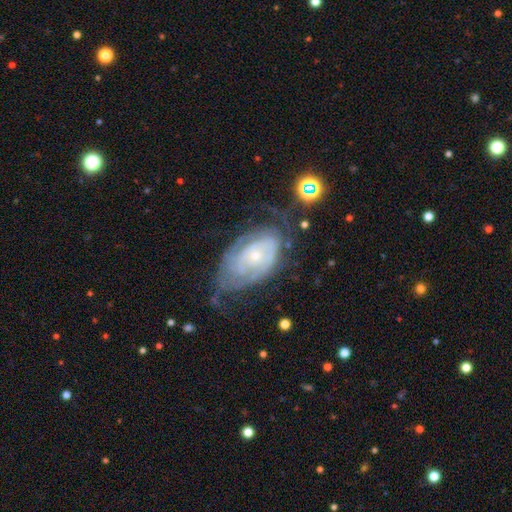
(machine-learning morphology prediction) Smooth or featured: featured or disk — 74% (smooth — 18%)
Edge-on disk: no — 95% (yes — 5%)
Bar: no — 80% (weak — 16%)
Spiral arms: yes — 76% (no — 24%)
Spiral winding: tight — 68% (medium — 23%)
Spiral arm count: can't tell — 59% (2 — 20%)
Bulge size: small — 74% (moderate — 21%)
Merging: none — 47% (minor disturbance — 29%)